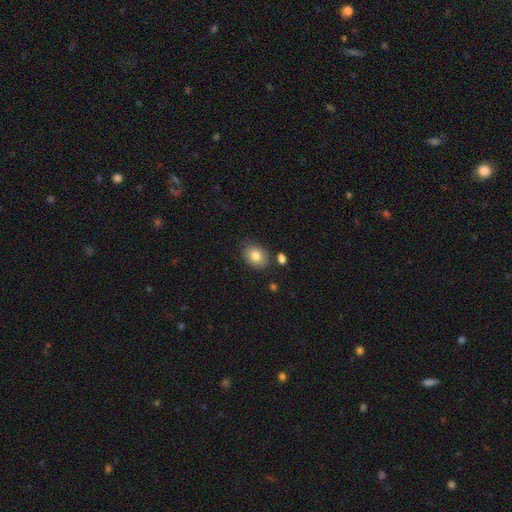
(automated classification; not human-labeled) Q: Smooth or featured?
A: smooth (82%); runner-up: featured or disk (10%)
Q: How rounded?
A: in between (64%); runner-up: round (35%)
Q: Merging?
A: none (80%); runner-up: minor disturbance (13%)